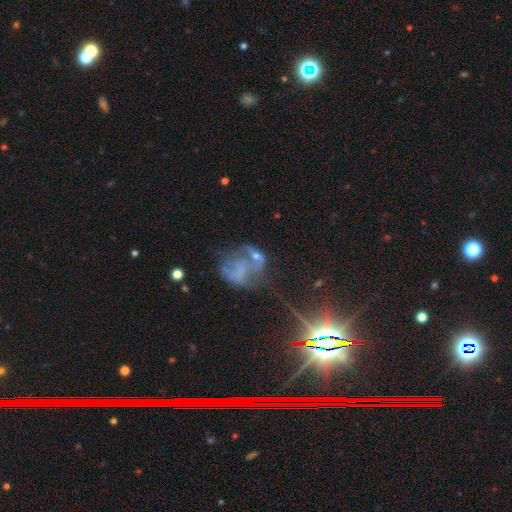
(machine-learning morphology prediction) type=featured or disk (51%); edge-on=no (96%); merging=major disturbance (32%).